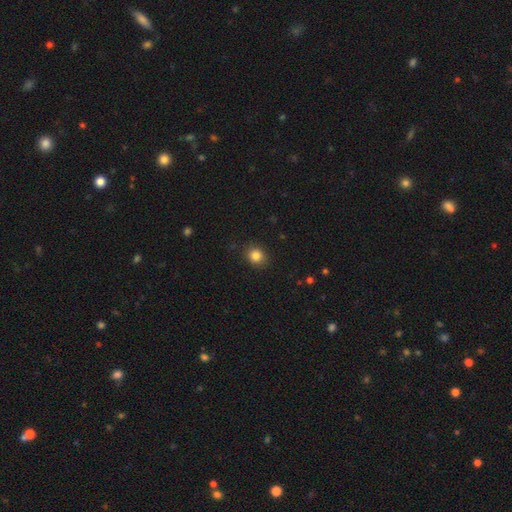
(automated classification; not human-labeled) Q: Smooth or featured?
A: smooth (84%); runner-up: star or artifact (11%)
Q: How rounded?
A: round (79%); runner-up: in between (21%)
Q: Merging?
A: none (88%); runner-up: minor disturbance (9%)